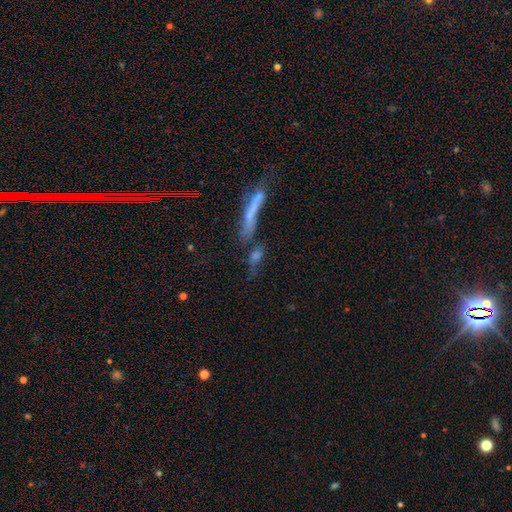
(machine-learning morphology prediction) smooth_or_featured: smooth (p=0.52) [alt: featured or disk p=0.29]
how_rounded: cigar-shaped (p=0.66) [alt: in between p=0.24]
merging: none (p=0.39) [alt: merger p=0.32]